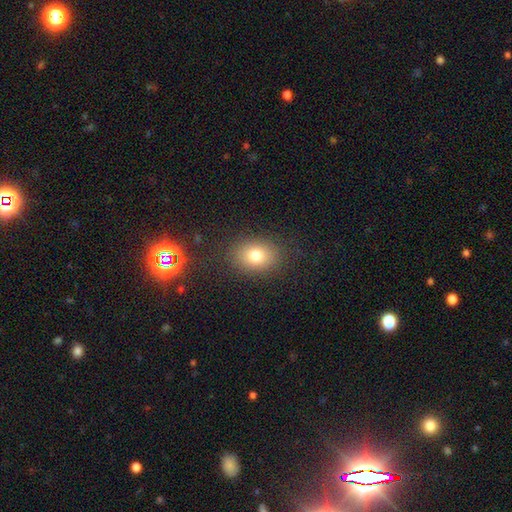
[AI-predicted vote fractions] Overall: smooth (77%). How rounded: in between (57%; round 42%). Merging: none (84%).